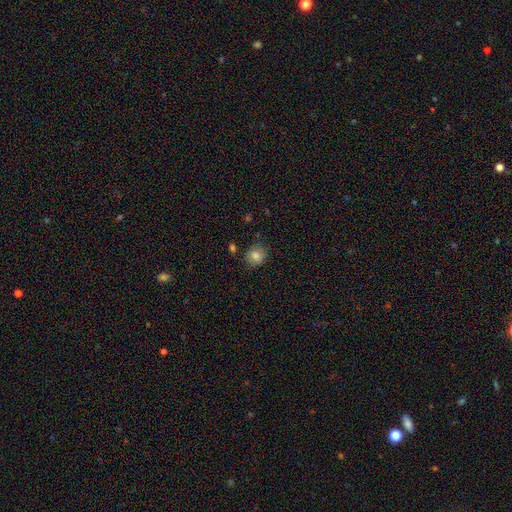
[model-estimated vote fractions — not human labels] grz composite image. It shows a smooth galaxy with no disk features (82%) that is round (71%). Merging: none (78%).